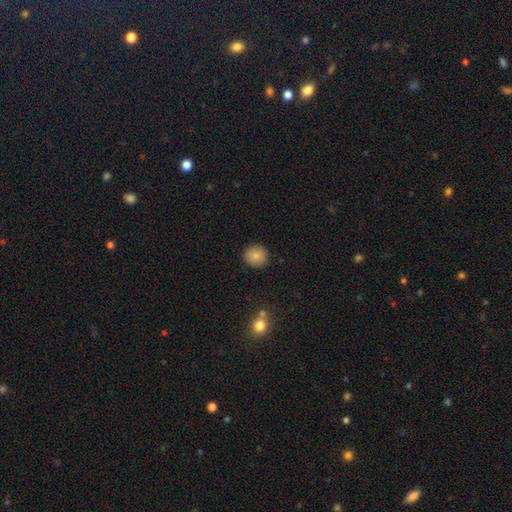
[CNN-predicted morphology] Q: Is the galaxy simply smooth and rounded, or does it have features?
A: smooth — 84%.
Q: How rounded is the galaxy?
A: round — 92%.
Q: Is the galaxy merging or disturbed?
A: none — 91%.